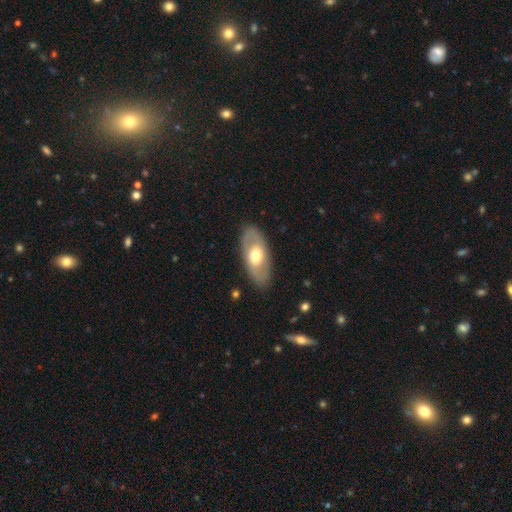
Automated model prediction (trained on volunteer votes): Smooth or featured: featured or disk — 50% (smooth — 45%)
Merging: none — 84% (minor disturbance — 11%)